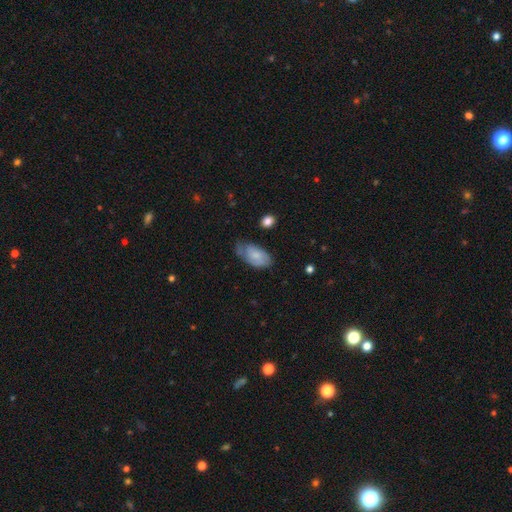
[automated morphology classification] Smooth or featured? smooth (60%)
How rounded? in between (92%)
Merging? none (53%)